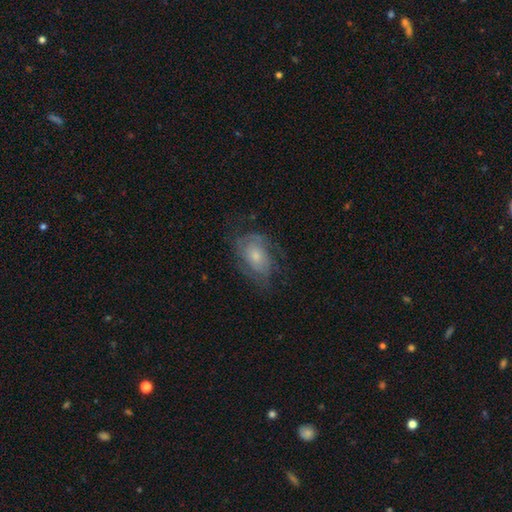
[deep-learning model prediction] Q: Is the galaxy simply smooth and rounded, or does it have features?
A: featured or disk — 62%.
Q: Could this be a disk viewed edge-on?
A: no — 96%.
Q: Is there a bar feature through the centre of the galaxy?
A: no — 79%.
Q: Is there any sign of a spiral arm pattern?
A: yes — 78%.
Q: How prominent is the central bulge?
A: small — 55%.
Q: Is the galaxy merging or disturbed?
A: none — 58%.